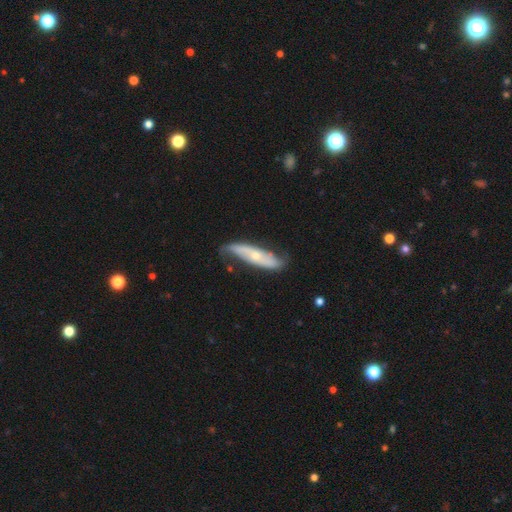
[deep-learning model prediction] Q: Smooth or featured?
A: featured or disk (69%); runner-up: smooth (26%)
Q: Edge-on disk?
A: no (70%); runner-up: yes (30%)
Q: Merging?
A: none (62%); runner-up: minor disturbance (27%)